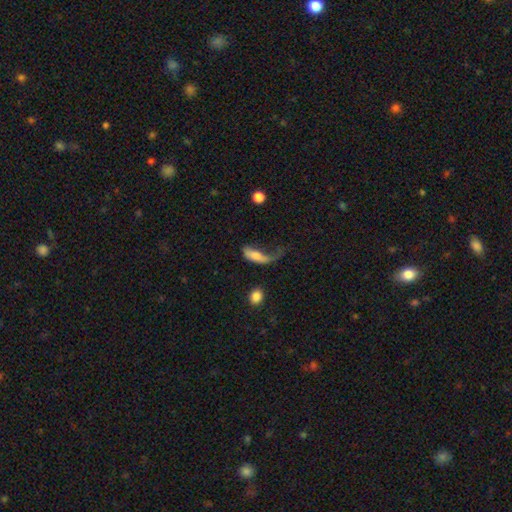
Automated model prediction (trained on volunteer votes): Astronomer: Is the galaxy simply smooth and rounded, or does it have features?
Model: smooth — 62%.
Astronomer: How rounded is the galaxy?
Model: in between — 66%.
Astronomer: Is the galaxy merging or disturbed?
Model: major disturbance — 61%.